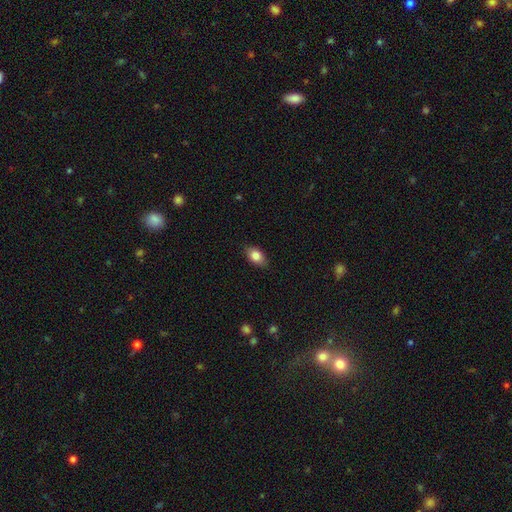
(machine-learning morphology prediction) Overall: smooth (82%). How rounded: in between (87%). Merging: none (86%).